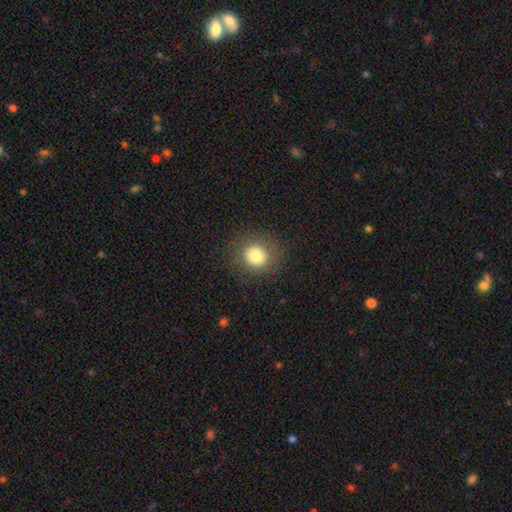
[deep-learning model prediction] smooth-or-featured: smooth: 80% | star or artifact: 12% | featured or disk: 8%
  how-rounded: round: 88% | in between: 12% | cigar-shaped: 1%
  merging: none: 87% | minor disturbance: 8% | major disturbance: 4% | merger: 1%